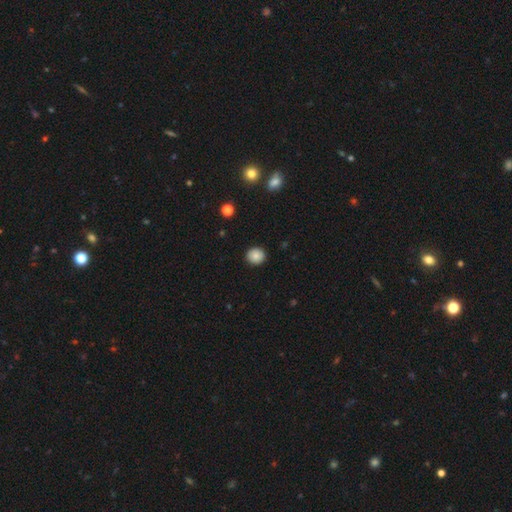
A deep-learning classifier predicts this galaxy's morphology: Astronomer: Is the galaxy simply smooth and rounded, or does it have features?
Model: smooth — 86%.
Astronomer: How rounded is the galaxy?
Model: round — 87%.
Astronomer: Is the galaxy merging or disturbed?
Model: none — 91%.